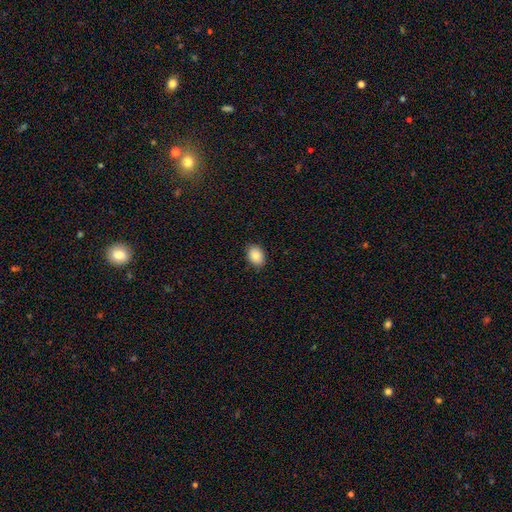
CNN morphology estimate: This is clearly a smooth galaxy (86%). How rounded: likely in between (76%). Merging: clearly none (89%).